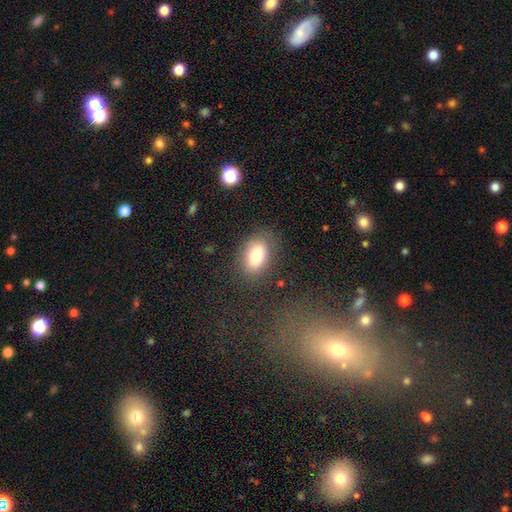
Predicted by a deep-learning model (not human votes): A smooth galaxy with no disk features (79%) that is in between round and cigar-shaped (88%).

Vote fractions:
- Smooth or featured? smooth: 79% / featured or disk: 13% / star or artifact: 9%
- How rounded? in between: 88% / round: 11% / cigar-shaped: 2%
- Merging? none: 79% / minor disturbance: 14% / major disturbance: 5% / merger: 2%